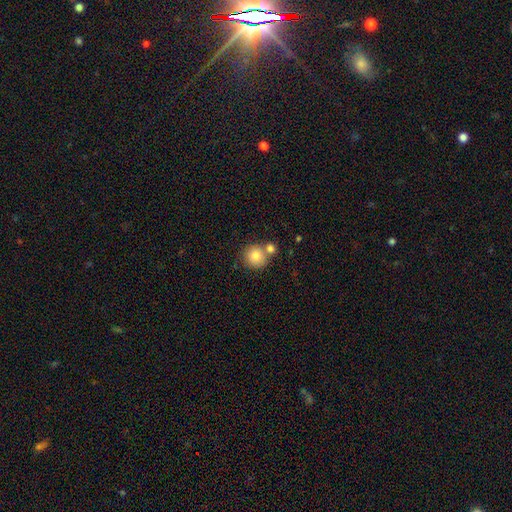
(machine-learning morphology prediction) smooth_or_featured: smooth (p=0.81) [alt: star or artifact p=0.09]
how_rounded: round (p=0.91) [alt: in between p=0.08]
merging: none (p=0.60) [alt: merger p=0.29]